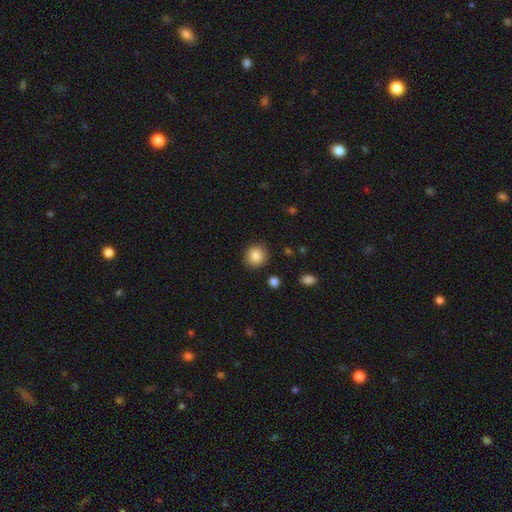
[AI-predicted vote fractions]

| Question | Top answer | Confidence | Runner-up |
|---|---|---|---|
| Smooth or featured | smooth | 86% | star or artifact (9%) |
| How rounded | round | 88% | in between (11%) |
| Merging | none | 89% | minor disturbance (7%) |